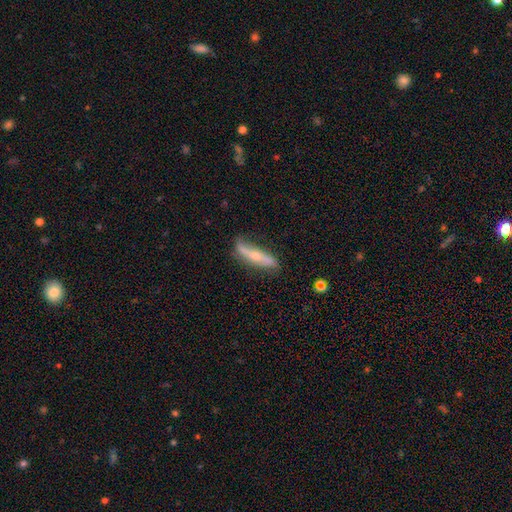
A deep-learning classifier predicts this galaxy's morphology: Smooth or featured?
  - featured or disk: 61% *
  - smooth: 33%
  - star or artifact: 6%
Edge-on disk?
  - yes: 61% *
  - no: 39%
Merging?
  - none: 66% *
  - minor disturbance: 25%
  - major disturbance: 7%
  - merger: 2%